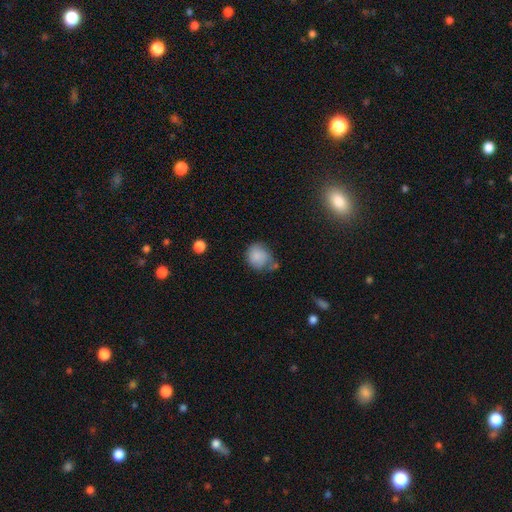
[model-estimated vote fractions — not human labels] Morphology: type=smooth (79%); roundness=round (71%); merging=none (49%).